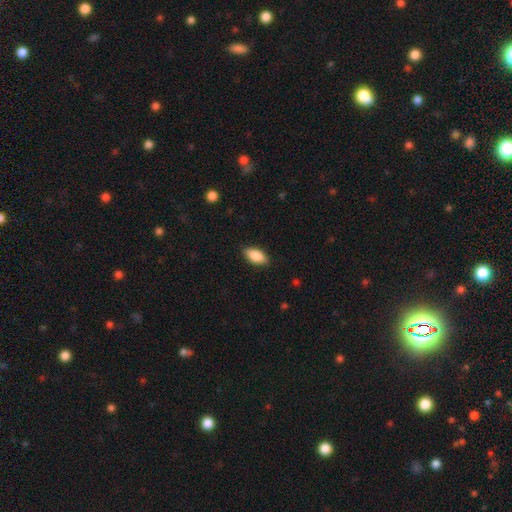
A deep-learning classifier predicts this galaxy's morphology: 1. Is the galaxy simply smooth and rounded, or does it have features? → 87% smooth, 7% featured or disk, 6% star or artifact.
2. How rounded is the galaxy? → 90% in between, 7% cigar-shaped, 3% round.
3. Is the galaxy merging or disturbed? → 86% none, 11% minor disturbance, 2% major disturbance, 1% merger.